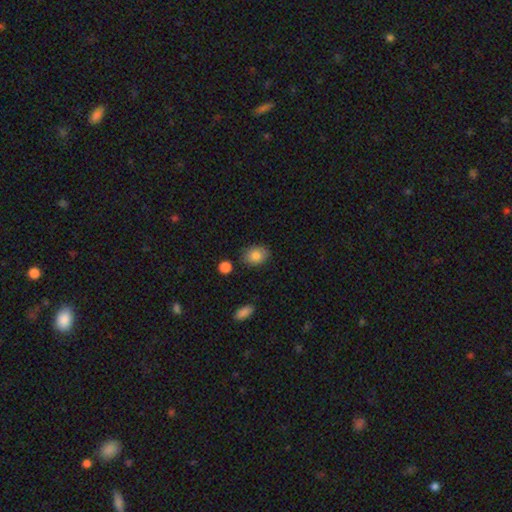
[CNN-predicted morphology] Smooth or featured?
  - smooth: 85% *
  - star or artifact: 8%
  - featured or disk: 7%
How rounded?
  - in between: 71% *
  - round: 28%
  - cigar-shaped: 1%
Merging?
  - none: 80% *
  - minor disturbance: 14%
  - major disturbance: 3%
  - merger: 3%